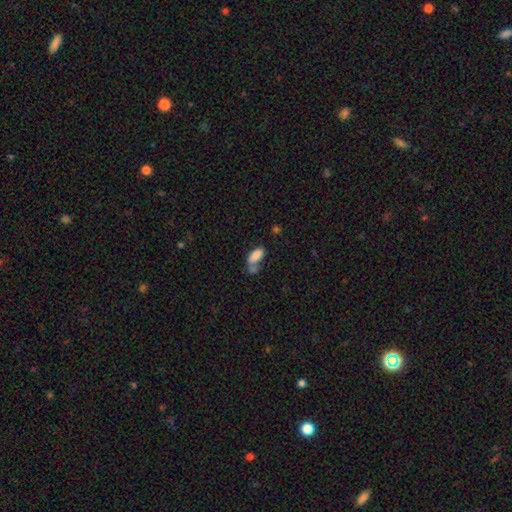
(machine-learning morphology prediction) A smooth galaxy with no disk features (83%) that is in between round and cigar-shaped (85%). Merging: merger (39%).